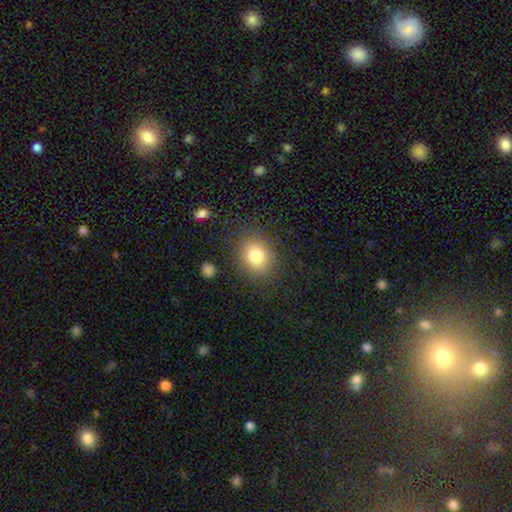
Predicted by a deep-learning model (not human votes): The model was most divided on "how rounded": round: 60%, in between: 40%, cigar-shaped: 1%. More confident: merging — none (83%); smooth or featured — smooth (80%).